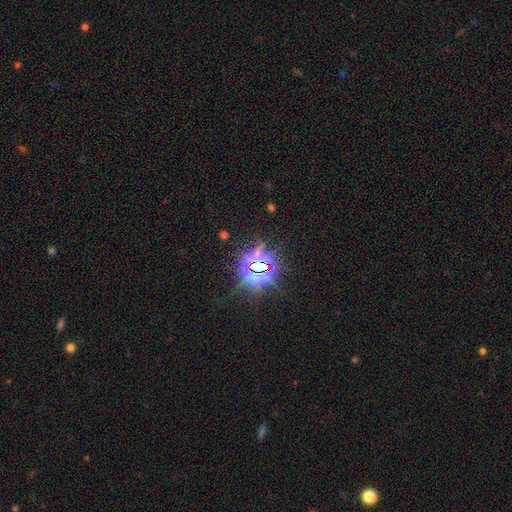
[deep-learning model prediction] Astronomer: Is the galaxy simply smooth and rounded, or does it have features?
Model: star or artifact — 83%.